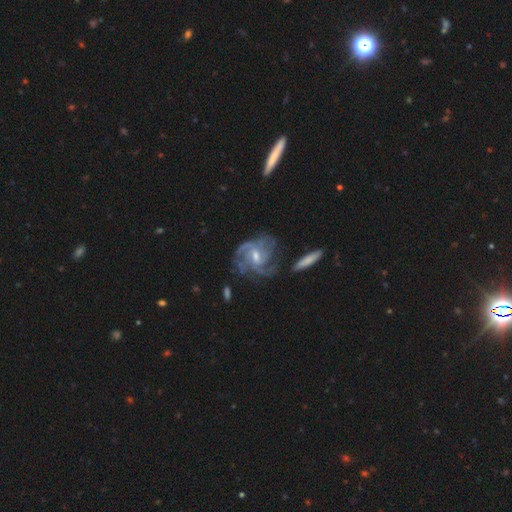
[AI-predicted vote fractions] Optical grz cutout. It shows a featured or disk galaxy (86%) with a weak bar (53%), 3 (30%) medium (46%) spiral arms (94%) and a moderate central bulge (55%). Merging: none (58%).